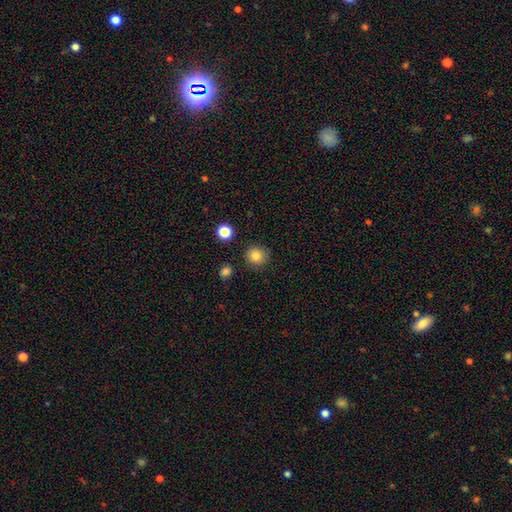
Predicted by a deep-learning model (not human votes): Smooth or featured? smooth (84%)
How rounded? round (92%)
Merging? none (89%)